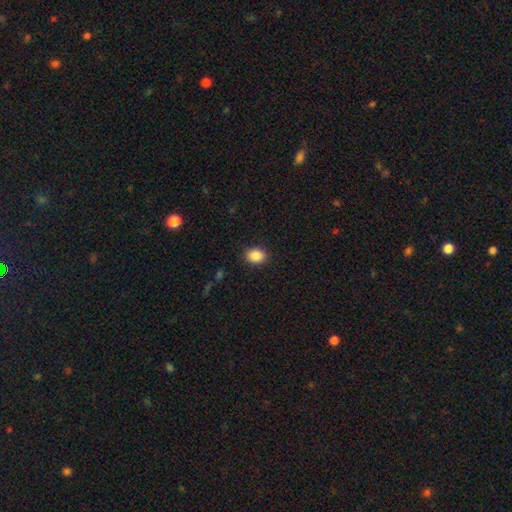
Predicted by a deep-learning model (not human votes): smooth-or-featured: smooth: 88% | star or artifact: 8% | featured or disk: 3%
  how-rounded: in between: 58% | round: 41% | cigar-shaped: 1%
  merging: none: 89% | minor disturbance: 7% | major disturbance: 2% | merger: 1%